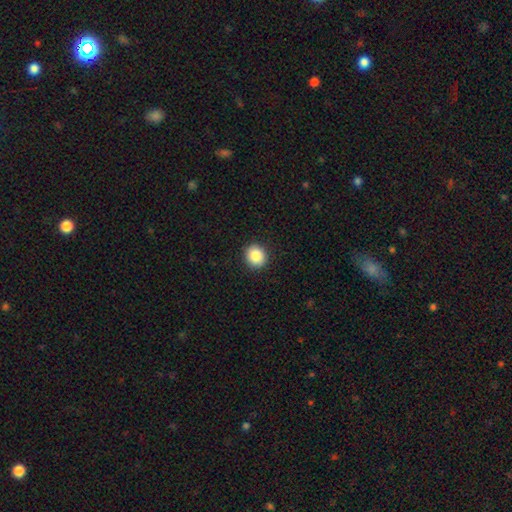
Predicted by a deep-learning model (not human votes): The model was most divided on "how rounded": round: 84%, in between: 15%, cigar-shaped: 1%. More confident: merging — none (92%); smooth or featured — smooth (86%).